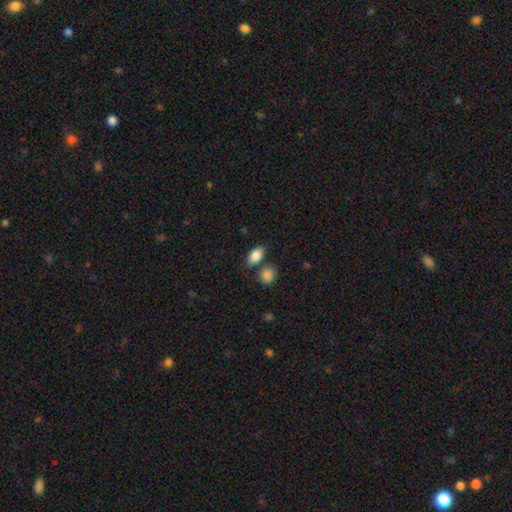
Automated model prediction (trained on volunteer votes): Smooth or featured? smooth (86%)
How rounded? in between (86%)
Merging? none (67%)